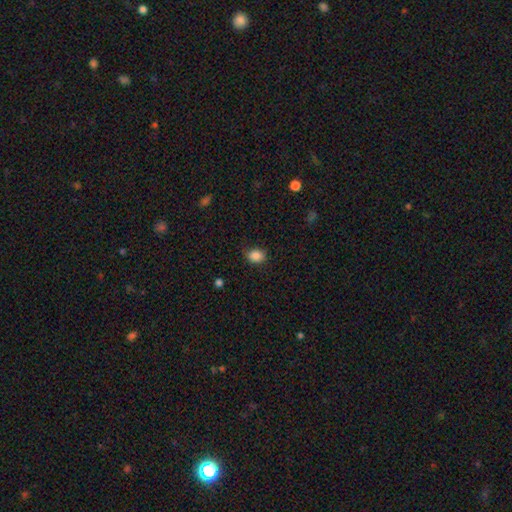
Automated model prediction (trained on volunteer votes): A smooth galaxy with no disk features (86%) that is in between round and cigar-shaped (58%).

Vote fractions:
- Smooth or featured? smooth: 86% / star or artifact: 10% / featured or disk: 4%
- How rounded? in between: 58% / round: 41% / cigar-shaped: 1%
- Merging? none: 81% / minor disturbance: 14% / major disturbance: 3% / merger: 1%